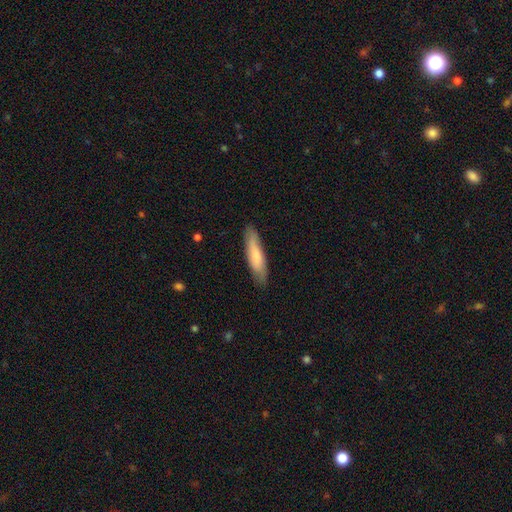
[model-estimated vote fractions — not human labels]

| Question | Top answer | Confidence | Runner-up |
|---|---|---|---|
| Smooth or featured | smooth | 77% | featured or disk (18%) |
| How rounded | cigar-shaped | 75% | in between (24%) |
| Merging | none | 82% | minor disturbance (14%) |